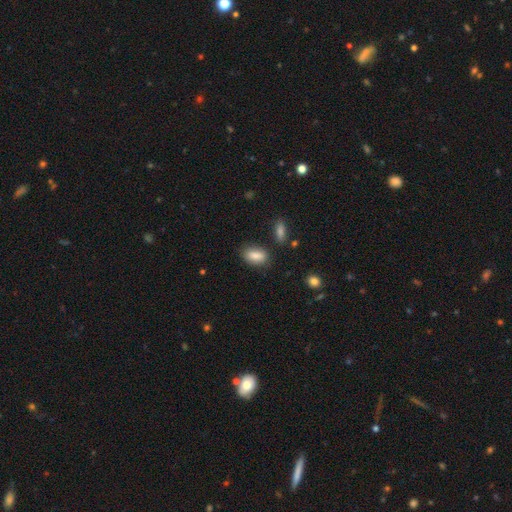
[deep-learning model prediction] Q: Smooth or featured?
A: smooth (85%); runner-up: star or artifact (8%)
Q: How rounded?
A: in between (85%); runner-up: cigar-shaped (8%)
Q: Merging?
A: none (76%); runner-up: minor disturbance (15%)